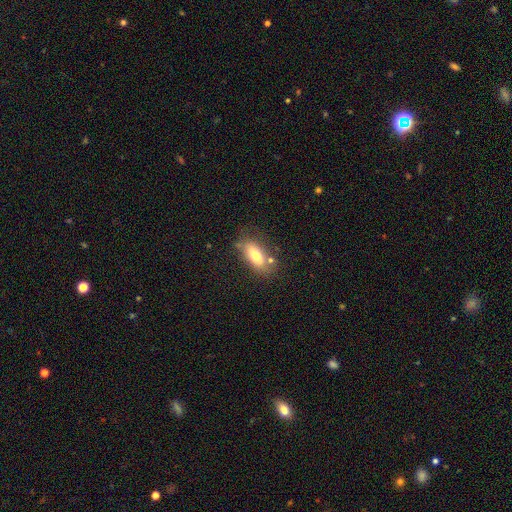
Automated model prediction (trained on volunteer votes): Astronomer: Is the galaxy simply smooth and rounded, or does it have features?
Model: smooth — 71%.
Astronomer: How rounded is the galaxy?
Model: in between — 78%.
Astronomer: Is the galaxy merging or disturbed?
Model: none — 66%.